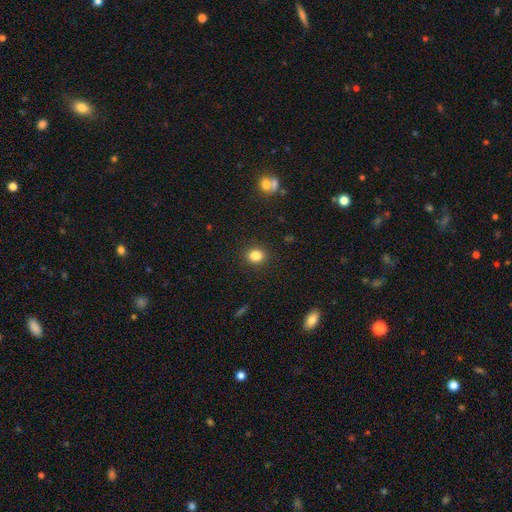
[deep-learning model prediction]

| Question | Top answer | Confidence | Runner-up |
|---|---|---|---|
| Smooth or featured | smooth | 84% | star or artifact (11%) |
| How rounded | round | 69% | in between (30%) |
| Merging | none | 90% | minor disturbance (7%) |